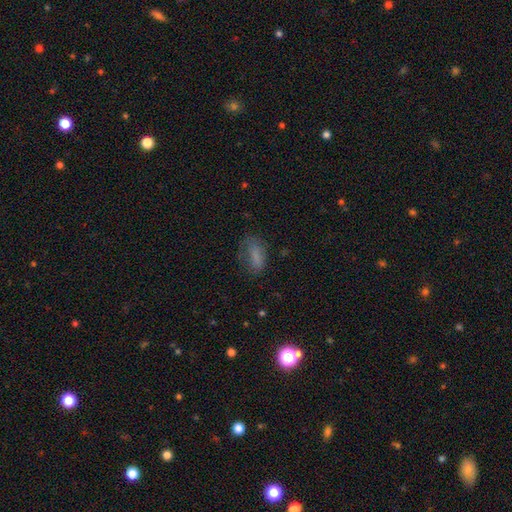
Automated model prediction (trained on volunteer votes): smooth_or_featured: smooth (p=0.75) [alt: featured or disk p=0.13]
how_rounded: in between (p=0.80) [alt: cigar-shaped p=0.16]
merging: none (p=0.57) [alt: minor disturbance p=0.25]